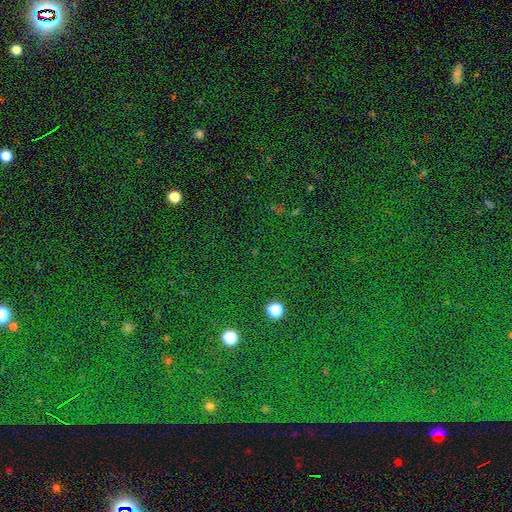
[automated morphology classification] This is clearly a star or artifact rather than a galaxy (81%).